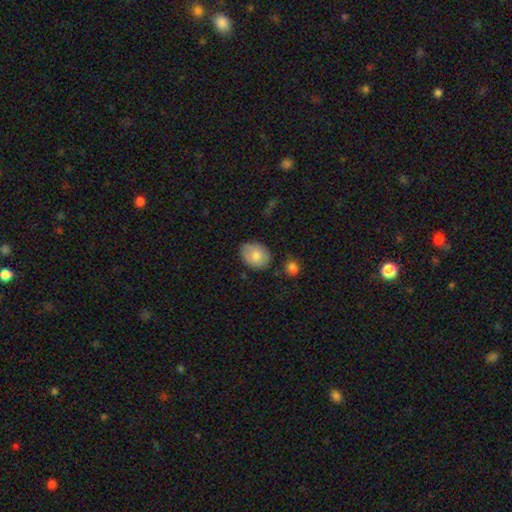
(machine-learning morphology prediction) Smooth or featured: smooth — 78% (featured or disk — 15%)
How rounded: in between — 58% (round — 41%)
Merging: none — 73% (minor disturbance — 20%)